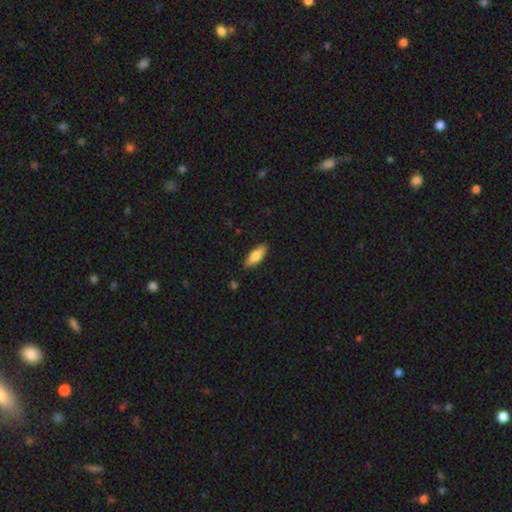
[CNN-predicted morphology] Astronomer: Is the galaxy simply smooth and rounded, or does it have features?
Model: smooth — 78%.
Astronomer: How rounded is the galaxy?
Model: in between — 71%.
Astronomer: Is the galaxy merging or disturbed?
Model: none — 87%.